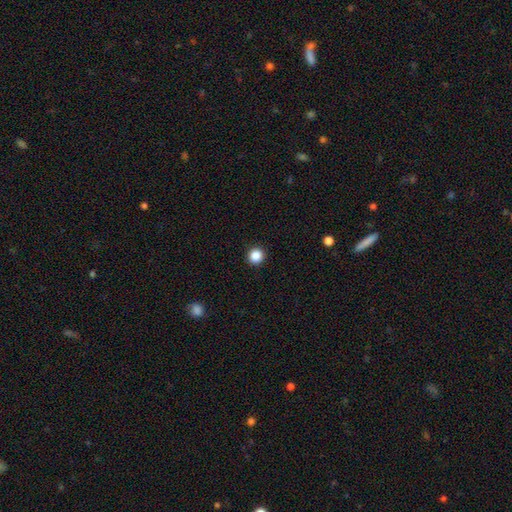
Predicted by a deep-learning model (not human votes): A smooth galaxy with no disk features (87%) that is round (94%).

Vote fractions:
- Smooth or featured? smooth: 87% / star or artifact: 10% / featured or disk: 3%
- How rounded? round: 94% / in between: 5% / cigar-shaped: 1%
- Merging? none: 93% / minor disturbance: 4% / major disturbance: 2% / merger: 1%